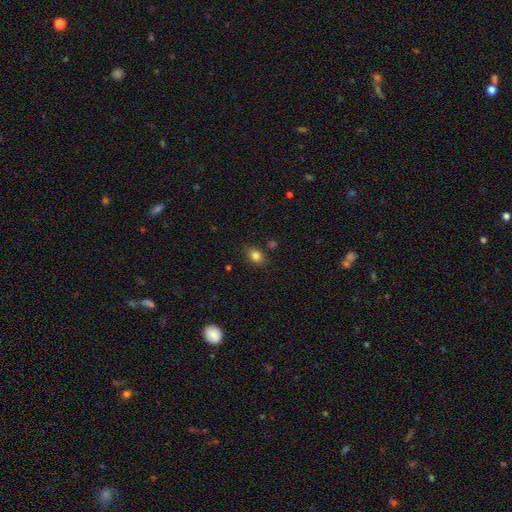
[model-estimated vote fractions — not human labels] A smooth galaxy with no disk features (82%) that is in between round and cigar-shaped (63%).

Vote fractions:
- Smooth or featured? smooth: 82% / star or artifact: 11% / featured or disk: 7%
- How rounded? in between: 63% / round: 35% / cigar-shaped: 2%
- Merging? none: 79% / minor disturbance: 15% / major disturbance: 3% / merger: 3%